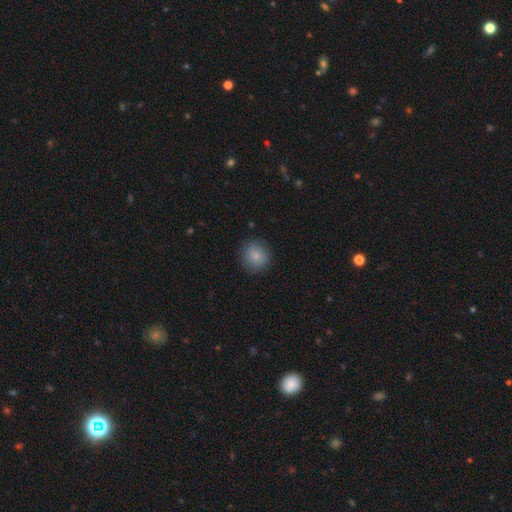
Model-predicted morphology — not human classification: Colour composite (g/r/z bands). It shows a smooth galaxy with no disk features (85%) that is round (91%). Merging: none (87%).